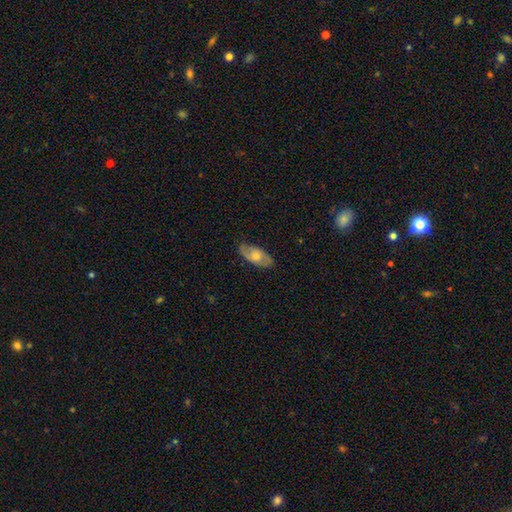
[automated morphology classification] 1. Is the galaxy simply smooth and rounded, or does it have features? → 50% featured or disk, 43% smooth, 7% star or artifact.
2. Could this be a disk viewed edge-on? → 85% no, 15% yes.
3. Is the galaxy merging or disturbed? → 80% none, 16% minor disturbance, 4% major disturbance, 1% merger.